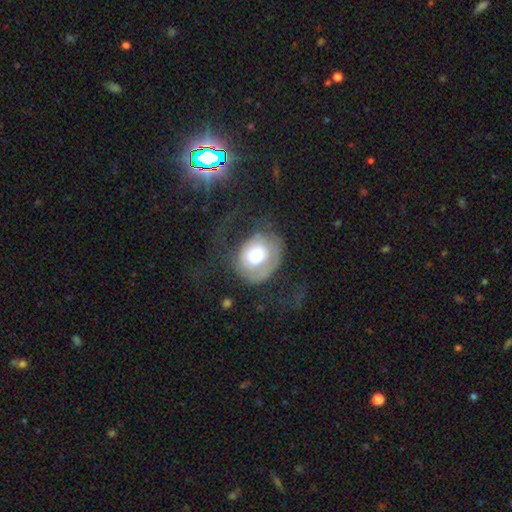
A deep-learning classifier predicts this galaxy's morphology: This is possibly a smooth galaxy (50%). Merging: possibly major disturbance (49%).